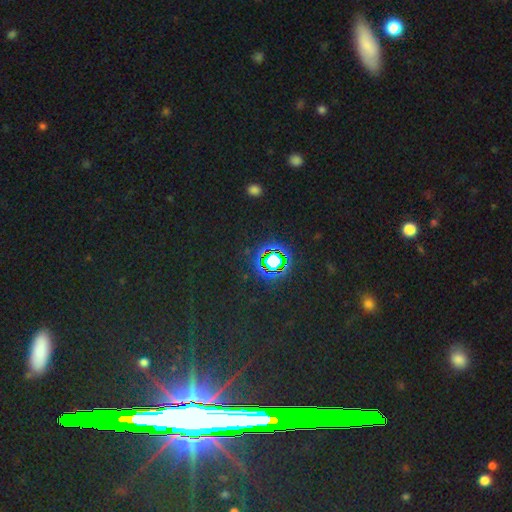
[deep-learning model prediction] This appears to be a star or artifact, not a galaxy (80%).